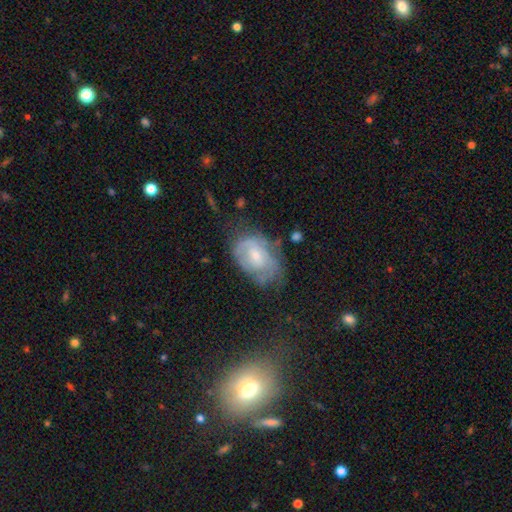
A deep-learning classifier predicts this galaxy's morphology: This appears to be a featured or disk galaxy (55%) with no bar (65%), spiral arms (64%) and a small central bulge (54%). Merging: none (42%).